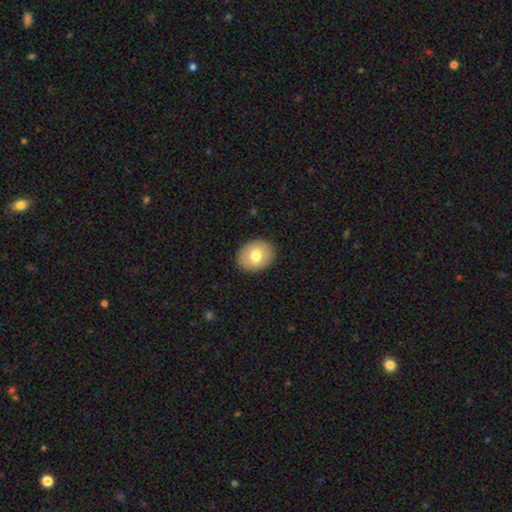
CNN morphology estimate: A smooth galaxy with no disk features (75%) that is round (51%). Merging: none (90%).